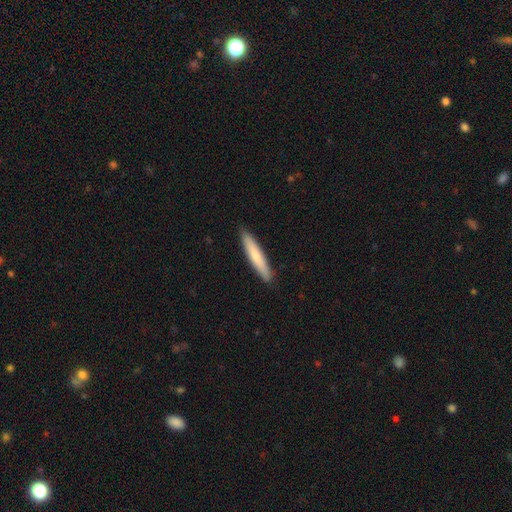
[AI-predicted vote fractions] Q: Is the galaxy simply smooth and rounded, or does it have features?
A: smooth — 71%.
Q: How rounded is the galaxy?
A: cigar-shaped — 92%.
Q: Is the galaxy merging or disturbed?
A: none — 90%.